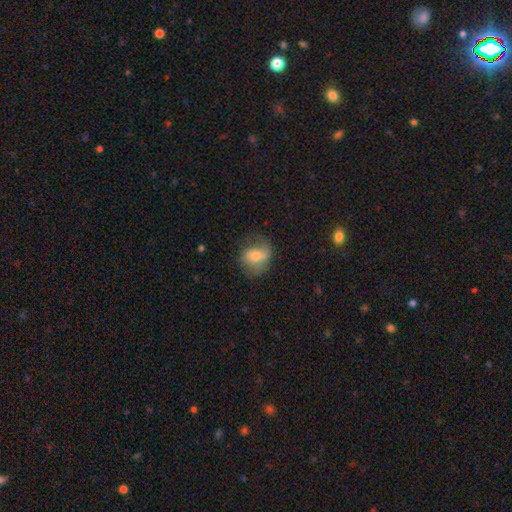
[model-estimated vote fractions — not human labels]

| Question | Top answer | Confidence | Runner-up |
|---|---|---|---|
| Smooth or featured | smooth | 52% | featured or disk (39%) |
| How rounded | round | 52% | in between (47%) |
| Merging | none | 59% | minor disturbance (25%) |